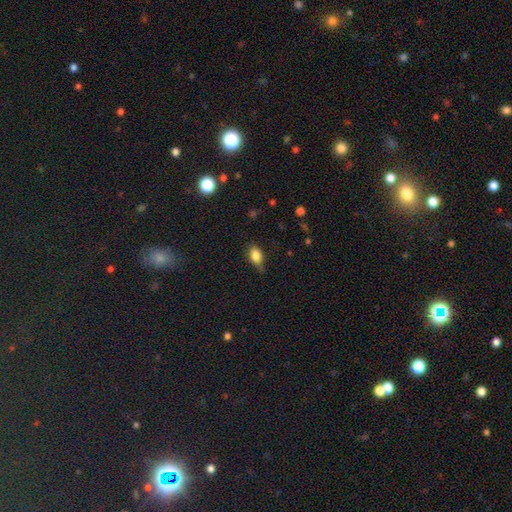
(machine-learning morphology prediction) This is clearly a smooth galaxy (83%). How rounded: likely in between (79%). Merging: possibly none (60%).